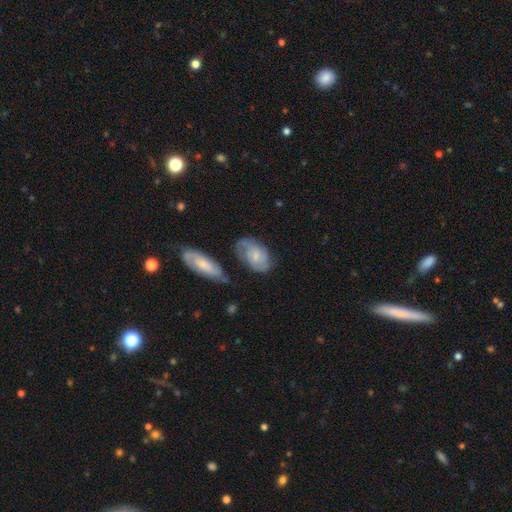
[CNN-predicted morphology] Smooth or featured: featured or disk — 53% (smooth — 41%)
Edge-on disk: no — 94% (yes — 6%)
Merging: none — 57% (minor disturbance — 25%)